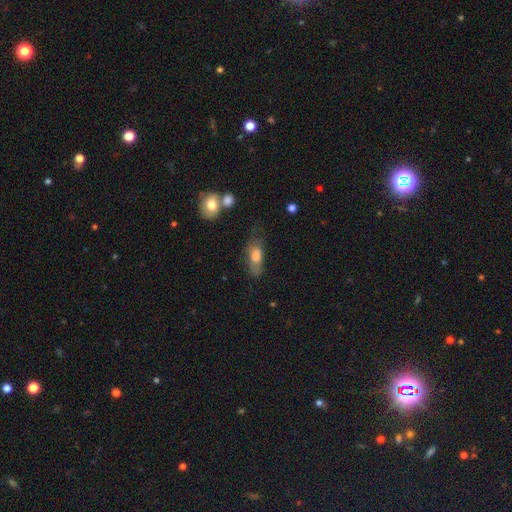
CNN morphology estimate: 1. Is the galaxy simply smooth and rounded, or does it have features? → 69% smooth, 23% featured or disk, 8% star or artifact.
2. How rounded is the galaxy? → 76% in between, 18% cigar-shaped, 6% round.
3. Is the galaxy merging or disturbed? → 48% none, 30% minor disturbance, 17% major disturbance, 5% merger.